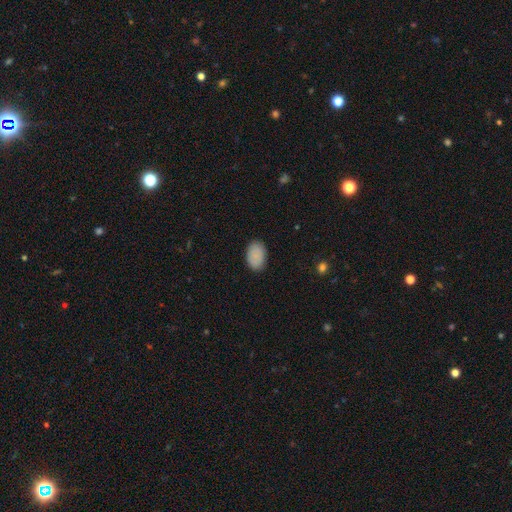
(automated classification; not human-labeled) A smooth galaxy with no disk features (89%) that is in between round and cigar-shaped (89%). Merging: none (87%).